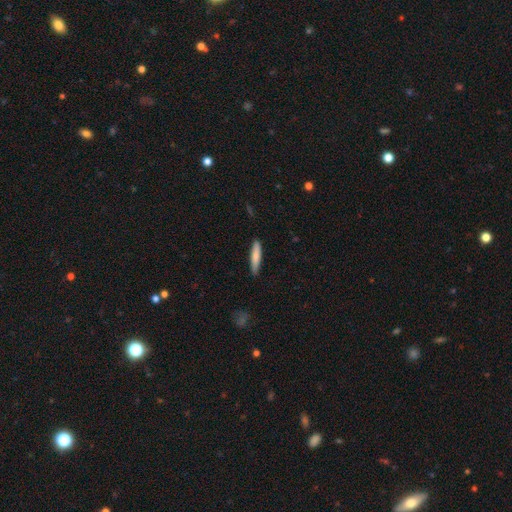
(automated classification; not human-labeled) A smooth galaxy with no disk features (76%) that is cigar-shaped (85%).

Vote fractions:
- Smooth or featured? smooth: 76% / featured or disk: 18% / star or artifact: 6%
- How rounded? cigar-shaped: 85% / in between: 14% / round: 1%
- Merging? none: 88% / minor disturbance: 9% / major disturbance: 2% / merger: 1%